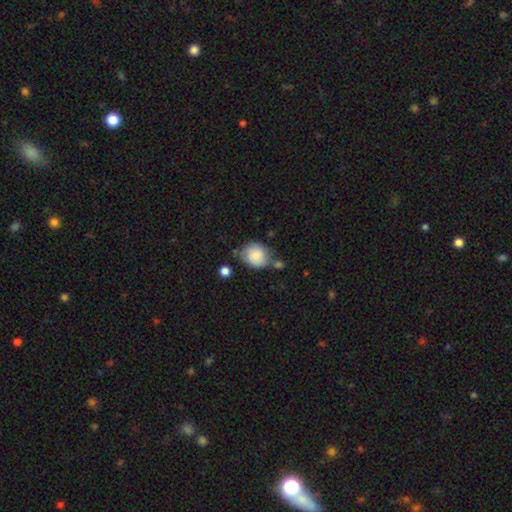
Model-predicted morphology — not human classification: smooth-or-featured: smooth: 82% | featured or disk: 11% | star or artifact: 7%
  how-rounded: round: 66% | in between: 33% | cigar-shaped: 1%
  merging: none: 52% | minor disturbance: 26% | merger: 13% | major disturbance: 8%